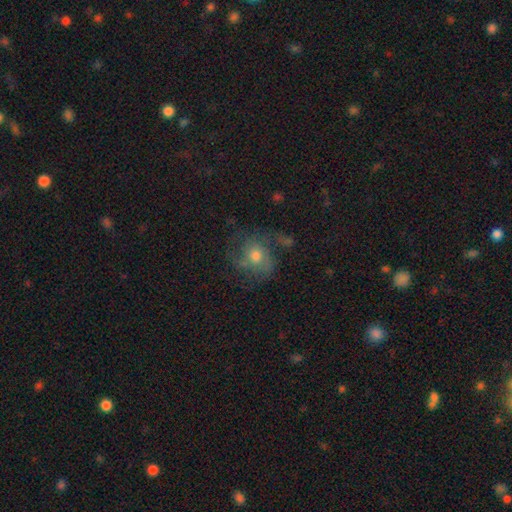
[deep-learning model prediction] featured or disk 56%, smooth 31%, star or artifact 13%. Down the decision tree: edge-on disk — no (97%); bar — no (80%); spiral arms — yes (78%); bulge size — moderate (66%); merging — none (56%).